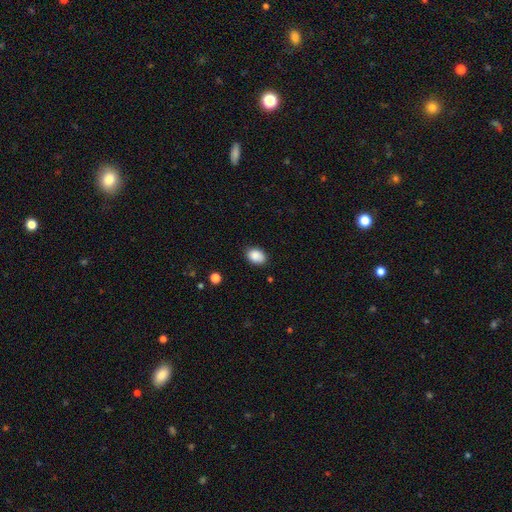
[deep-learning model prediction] smooth_or_featured: smooth (p=0.88) [alt: star or artifact p=0.08]
how_rounded: in between (p=0.82) [alt: round p=0.17]
merging: none (p=0.82) [alt: minor disturbance p=0.15]